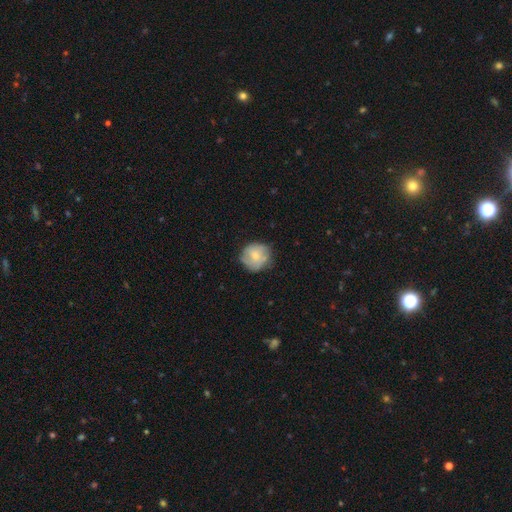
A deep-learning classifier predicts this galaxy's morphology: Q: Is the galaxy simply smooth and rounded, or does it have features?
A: smooth — 64%.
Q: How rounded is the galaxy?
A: round — 88%.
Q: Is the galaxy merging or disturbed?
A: none — 69%.